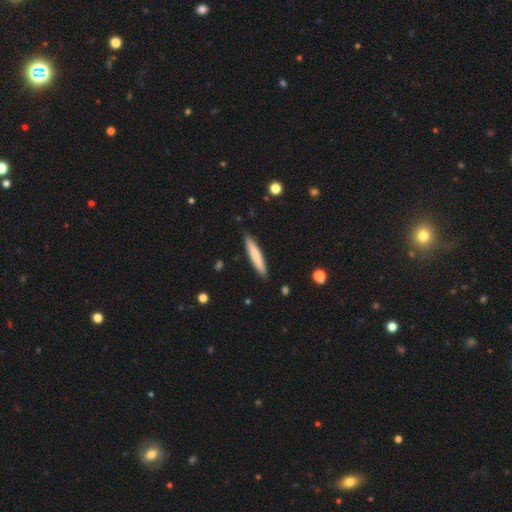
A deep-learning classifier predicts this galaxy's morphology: Smooth or featured? smooth (76%)
How rounded? cigar-shaped (93%)
Merging? none (90%)